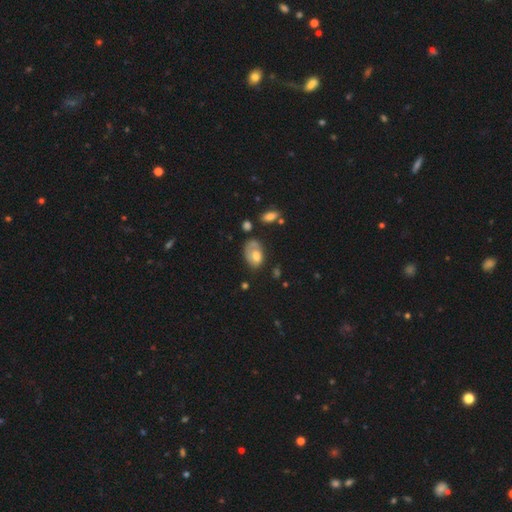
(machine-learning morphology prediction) A smooth galaxy with no disk features (62%) that is in between round and cigar-shaped (82%).

Vote fractions:
- Smooth or featured? smooth: 62% / featured or disk: 30% / star or artifact: 8%
- How rounded? in between: 82% / round: 17% / cigar-shaped: 1%
- Merging? none: 35% / major disturbance: 28% / minor disturbance: 27% / merger: 10%